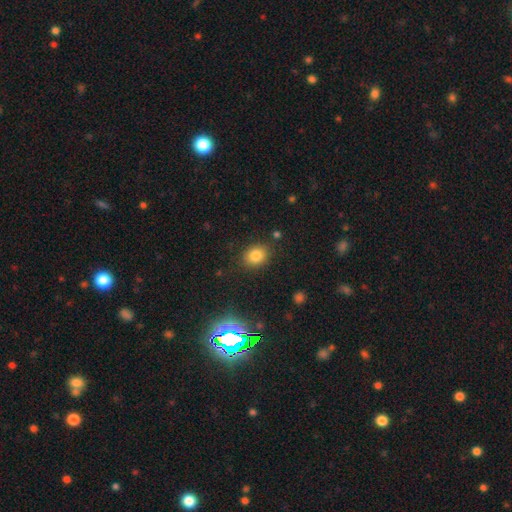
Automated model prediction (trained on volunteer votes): A smooth galaxy with no disk features (80%) that is round (53%).

Vote fractions:
- Smooth or featured? smooth: 80% / star or artifact: 13% / featured or disk: 7%
- How rounded? round: 53% / in between: 46% / cigar-shaped: 1%
- Merging? none: 85% / minor disturbance: 10% / major disturbance: 3% / merger: 2%